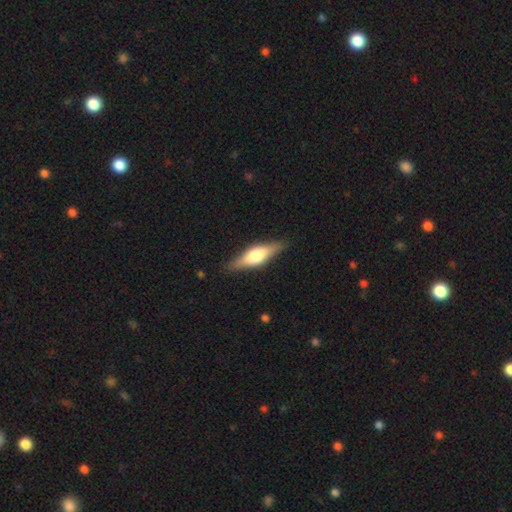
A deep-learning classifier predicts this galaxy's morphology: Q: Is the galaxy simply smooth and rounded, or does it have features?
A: featured or disk — 51%.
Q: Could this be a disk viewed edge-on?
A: yes — 93%.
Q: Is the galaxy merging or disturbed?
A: none — 86%.